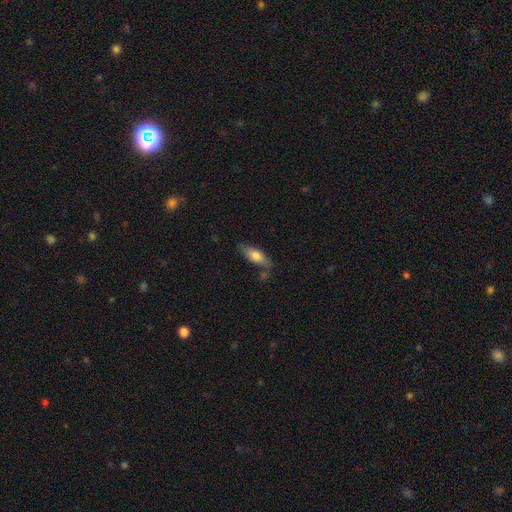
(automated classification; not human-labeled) The model was most divided on "how rounded": in between: 66%, cigar-shaped: 31%, round: 3%. More confident: merging — none (72%); smooth or featured — smooth (70%).